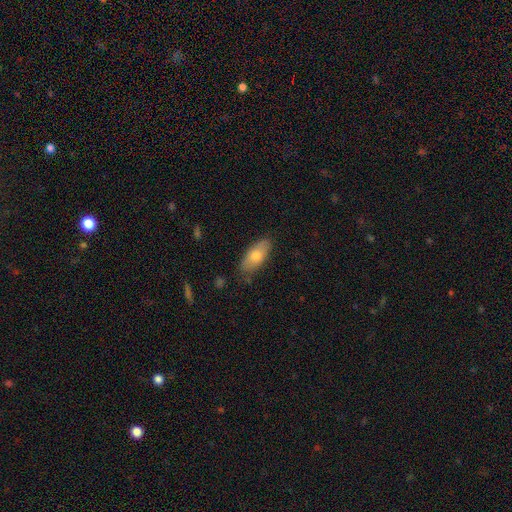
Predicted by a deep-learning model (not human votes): Smooth or featured? Predicted: smooth (p=0.71). How rounded? Predicted: in between (p=0.82). Merging? Predicted: none (p=0.80).